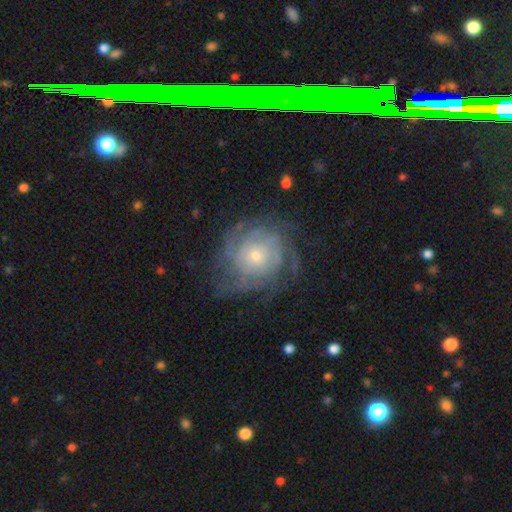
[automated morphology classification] A featured or disk galaxy (77%) with no bar (82%), tight (68%) spiral arms (89%) and a small central bulge (66%). Merging: none (66%).